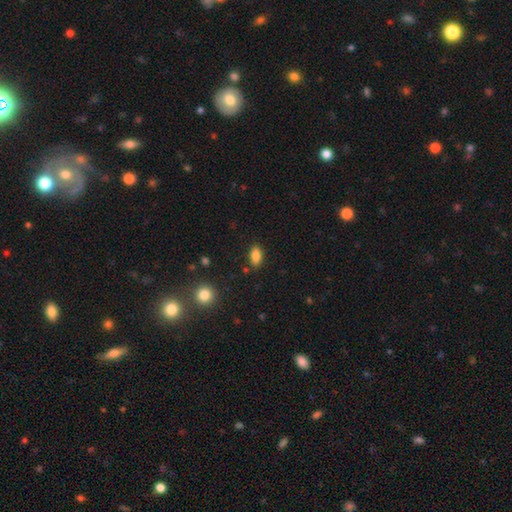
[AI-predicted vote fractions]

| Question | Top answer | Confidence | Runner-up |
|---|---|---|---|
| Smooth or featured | smooth | 84% | star or artifact (9%) |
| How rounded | in between | 89% | cigar-shaped (7%) |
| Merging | none | 84% | minor disturbance (11%) |